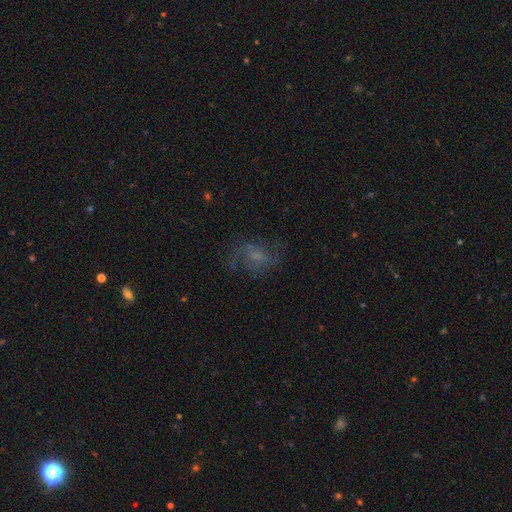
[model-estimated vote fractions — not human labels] The model was most divided on "bulge size": small: 42%, none: 28%, moderate: 25%, large: 4%, dominant: 1%. More confident: edge-on disk — no (97%); spiral arms — yes (77%); merging — none (59%); bar — no (56%); smooth or featured — featured or disk (55%).